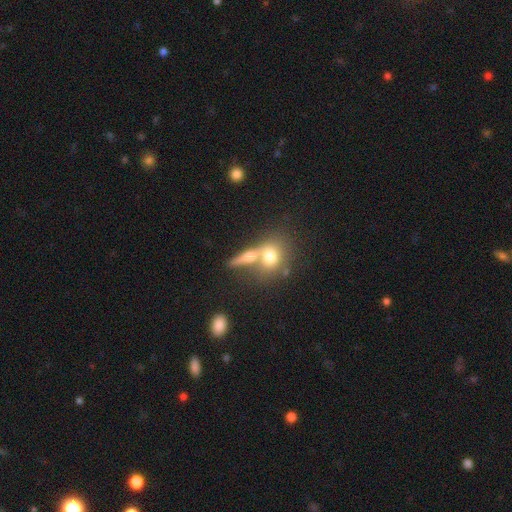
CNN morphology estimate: A smooth galaxy with no disk features (61%) that is round (55%). Merging: merger (48%).